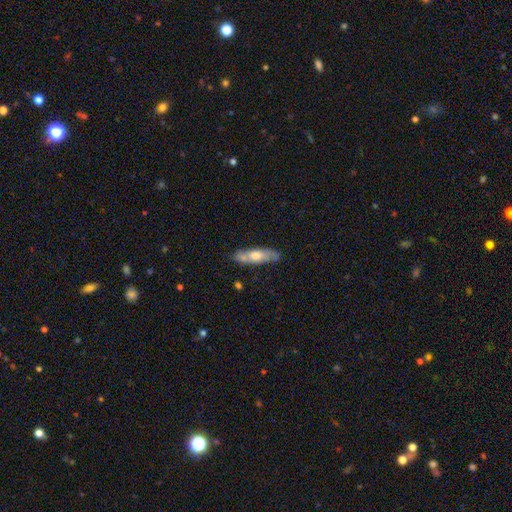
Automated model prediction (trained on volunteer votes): smooth-or-featured: smooth: 54% | featured or disk: 40% | star or artifact: 6%
  how-rounded: cigar-shaped: 64% | in between: 33% | round: 2%
  merging: none: 71% | minor disturbance: 17% | merger: 8% | major disturbance: 4%